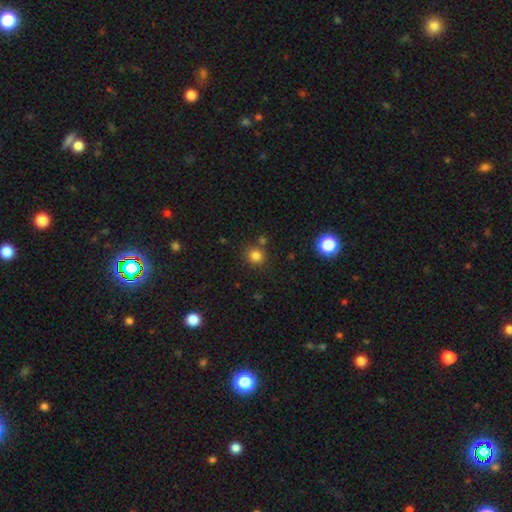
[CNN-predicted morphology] This is clearly a smooth galaxy (81%). How rounded: clearly round (90%). Merging: clearly none (80%).